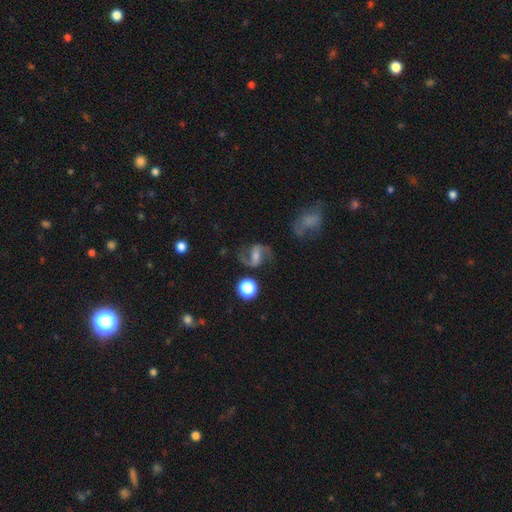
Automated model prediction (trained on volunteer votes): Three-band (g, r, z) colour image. It shows a featured or disk galaxy (81%) with a weak bar (43%), 2 (92%) loose (54%) spiral arms (95%) and a moderate central bulge (39%). Merging: none (73%).